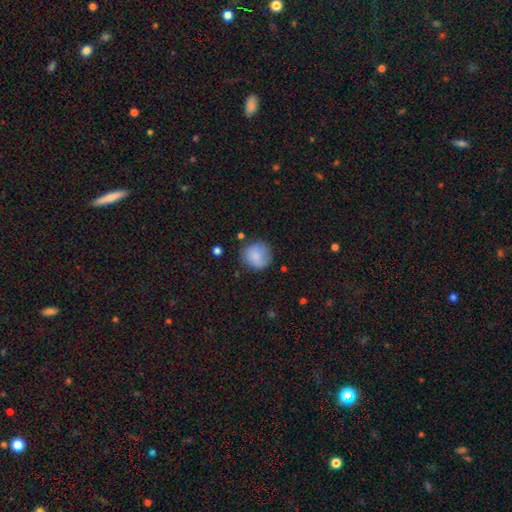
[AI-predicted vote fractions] Smooth or featured? smooth (80%)
How rounded? round (89%)
Merging? none (72%)